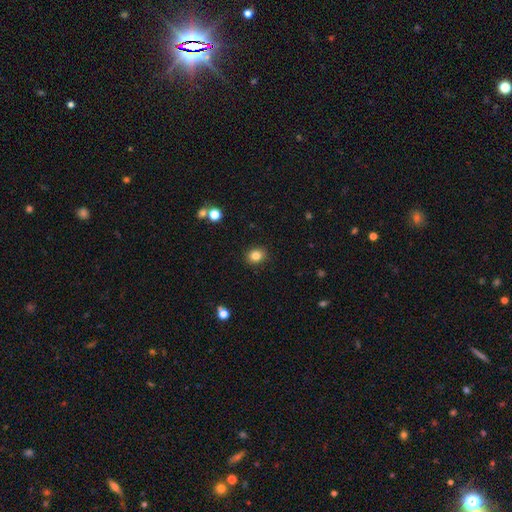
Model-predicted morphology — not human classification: This is clearly a smooth galaxy (83%). How rounded: likely round (63%). Merging: clearly none (90%).